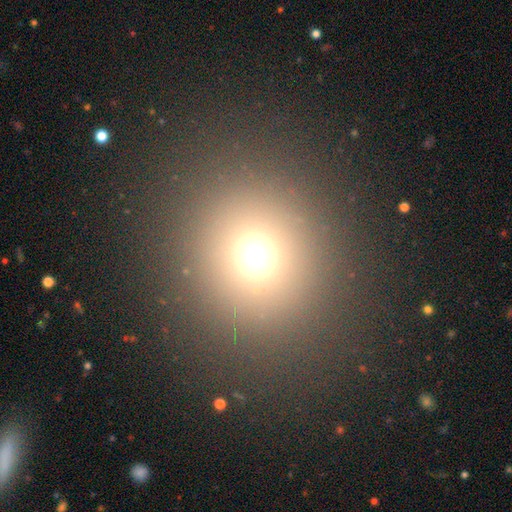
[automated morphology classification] smooth_or_featured: smooth (p=0.67) [alt: star or artifact p=0.24]
how_rounded: round (p=0.88) [alt: in between p=0.11]
merging: none (p=0.89) [alt: minor disturbance p=0.06]